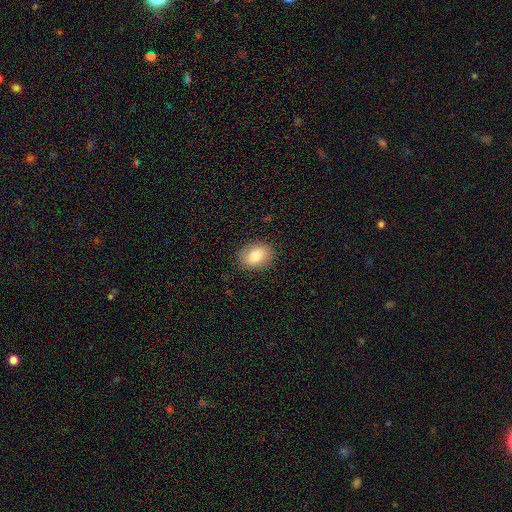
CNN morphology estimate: Smooth or featured? Predicted: smooth (p=0.79). How rounded? Predicted: in between (p=0.67). Merging? Predicted: none (p=0.87).